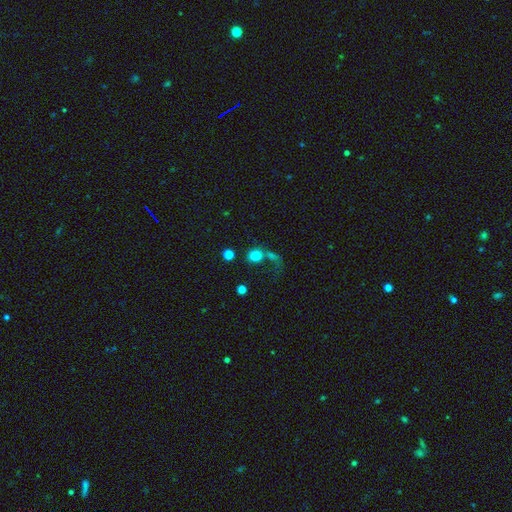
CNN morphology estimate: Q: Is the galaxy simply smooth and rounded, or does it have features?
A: smooth — 78%.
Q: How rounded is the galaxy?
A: round — 70%.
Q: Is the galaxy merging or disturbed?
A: none — 40%.